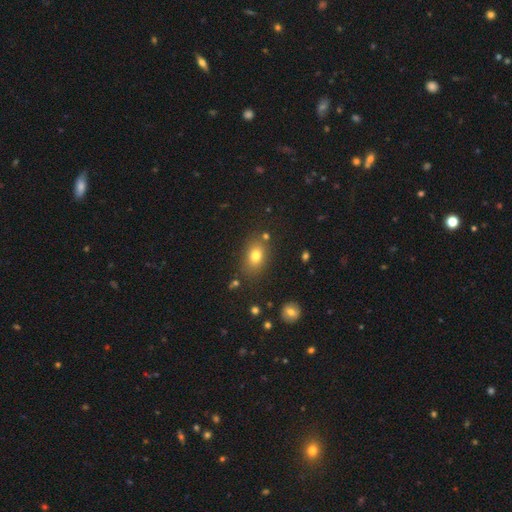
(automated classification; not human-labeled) Overall: smooth (77%). How rounded: in between (72%). Merging: none (79%).